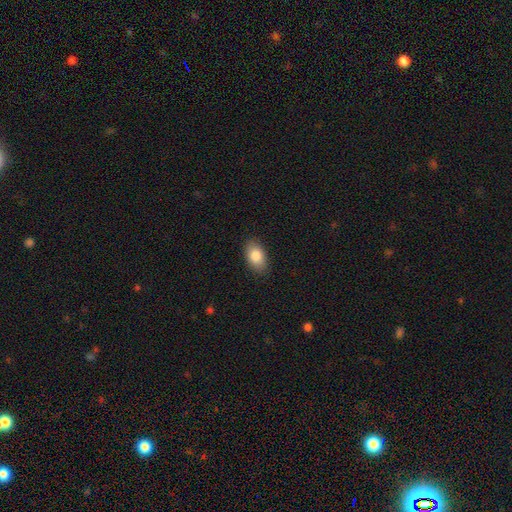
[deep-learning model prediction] smooth-or-featured: smooth: 85% | featured or disk: 8% | star or artifact: 7%
  how-rounded: in between: 92% | round: 7% | cigar-shaped: 2%
  merging: none: 87% | minor disturbance: 10% | major disturbance: 2% | merger: 1%